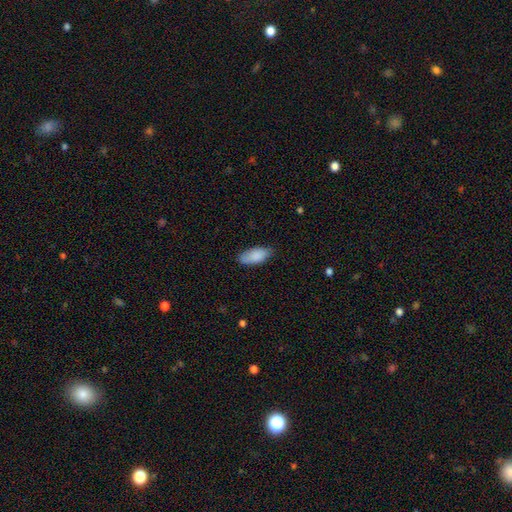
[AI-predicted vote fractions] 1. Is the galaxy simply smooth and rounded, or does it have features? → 87% smooth, 7% featured or disk, 6% star or artifact.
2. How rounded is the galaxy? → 89% in between, 10% cigar-shaped, 2% round.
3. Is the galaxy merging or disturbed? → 79% none, 18% minor disturbance, 3% major disturbance, 1% merger.